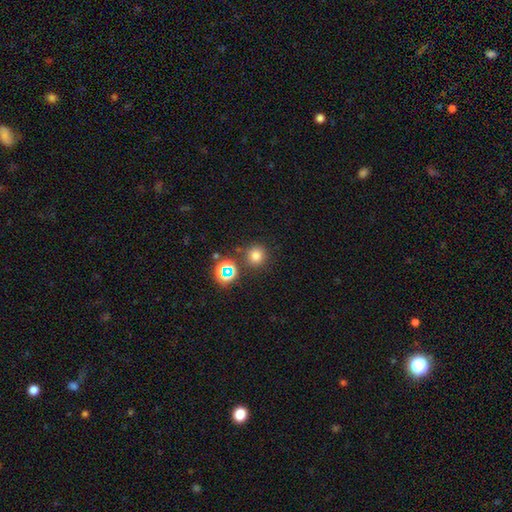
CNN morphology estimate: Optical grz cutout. It shows a smooth galaxy with no disk features (73%) that is round (91%). Merging: none (81%).